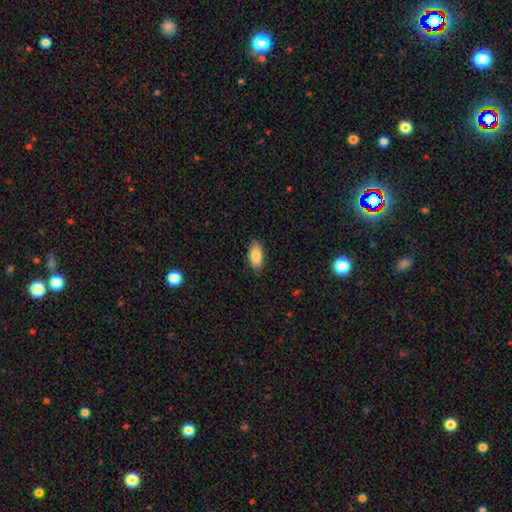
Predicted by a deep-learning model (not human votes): smooth_or_featured: smooth (p=0.85) [alt: featured or disk p=0.08]
how_rounded: in between (p=0.91) [alt: cigar-shaped p=0.06]
merging: none (p=0.85) [alt: minor disturbance p=0.12]